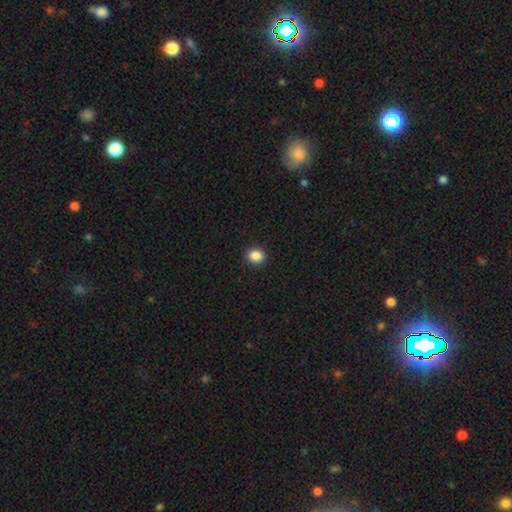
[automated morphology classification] smooth 87%, star or artifact 10%, featured or disk 3%. Down the decision tree: how rounded — round (73%); merging — none (92%).